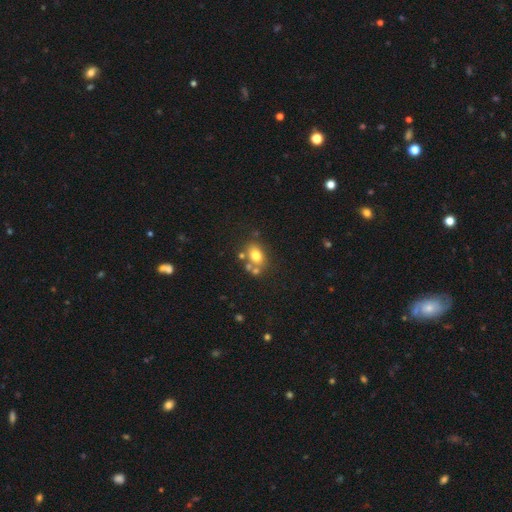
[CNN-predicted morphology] type=smooth (73%); roundness=in between (68%); merging=none (59%).